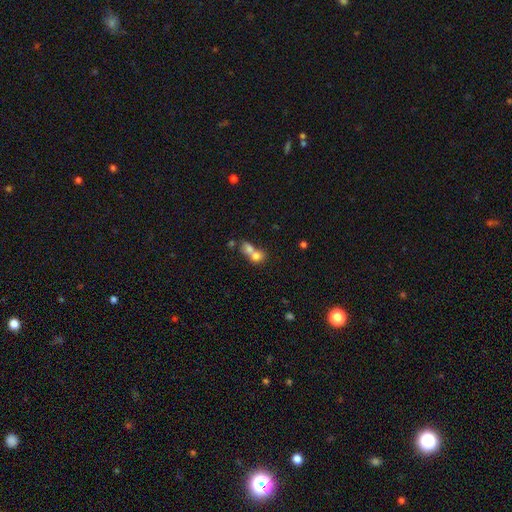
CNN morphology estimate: Smooth or featured?
  - smooth: 73% *
  - featured or disk: 16%
  - star or artifact: 11%
How rounded?
  - round: 57% *
  - in between: 40%
  - cigar-shaped: 2%
Merging?
  - merger: 69% *
  - none: 22%
  - minor disturbance: 6%
  - major disturbance: 4%